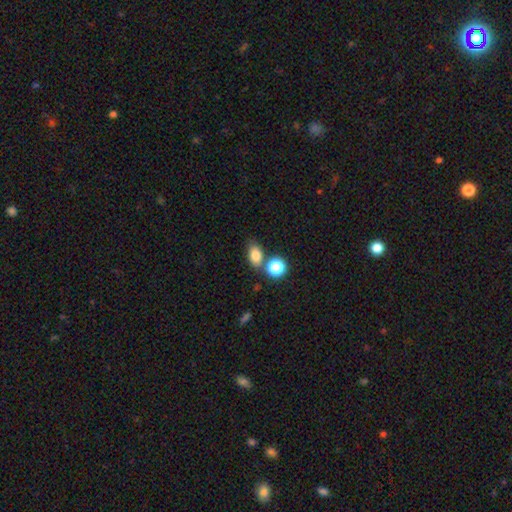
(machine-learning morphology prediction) Smooth or featured? smooth (81%)
How rounded? in between (74%)
Merging? none (62%)